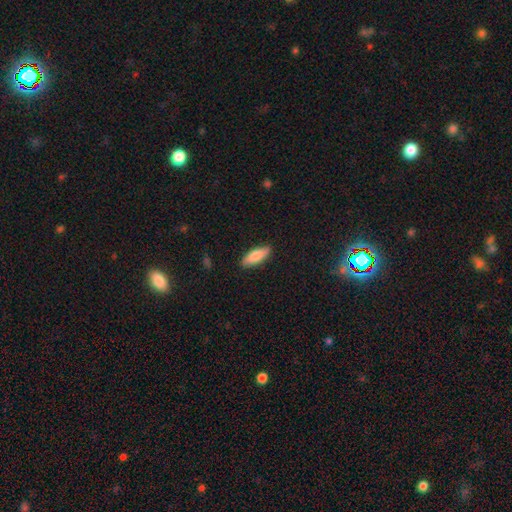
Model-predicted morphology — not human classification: Smooth or featured? smooth (82%)
How rounded? in between (66%)
Merging? none (87%)